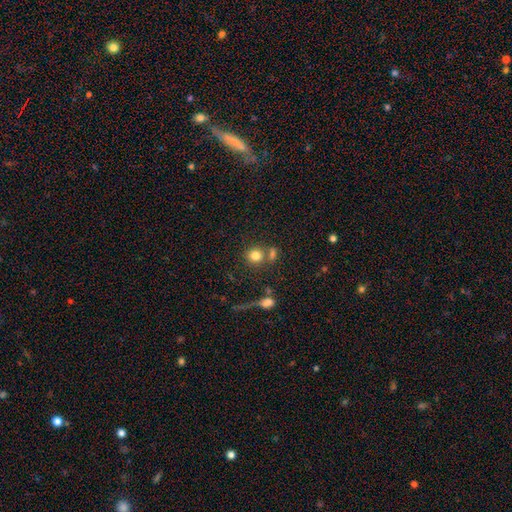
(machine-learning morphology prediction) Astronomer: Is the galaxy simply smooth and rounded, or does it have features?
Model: smooth — 79%.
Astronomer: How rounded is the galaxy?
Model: round — 84%.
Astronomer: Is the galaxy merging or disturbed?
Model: none — 60%.